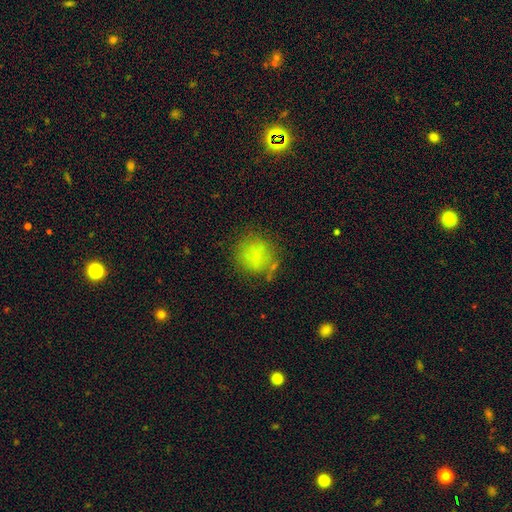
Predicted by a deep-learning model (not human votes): A smooth galaxy with no disk features (69%) that is round (79%). Merging: none (65%).